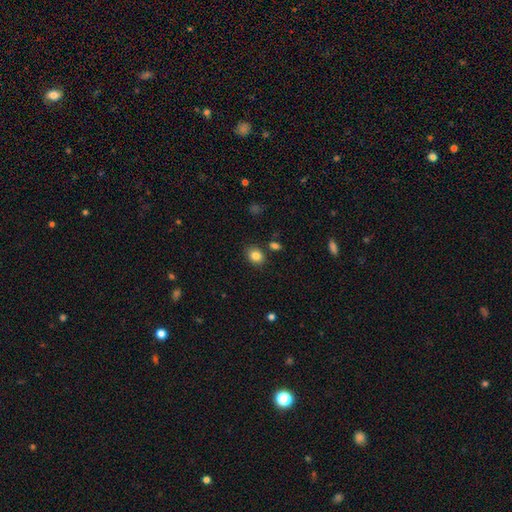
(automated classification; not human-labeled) Morphology: type=smooth (84%); roundness=in between (51%); merging=none (83%).